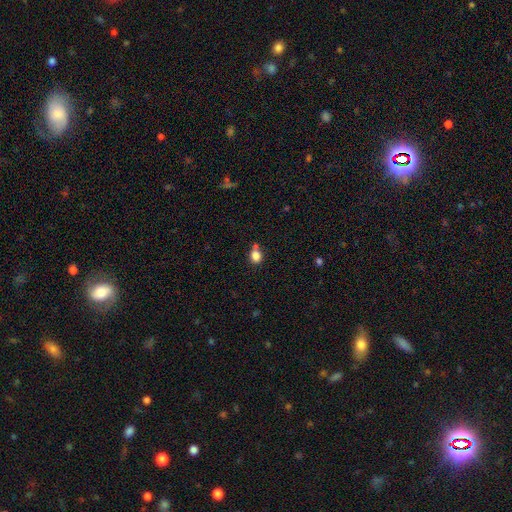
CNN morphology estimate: Q: Smooth or featured?
A: smooth (82%); runner-up: star or artifact (11%)
Q: How rounded?
A: in between (53%); runner-up: round (45%)
Q: Merging?
A: none (53%); runner-up: minor disturbance (26%)